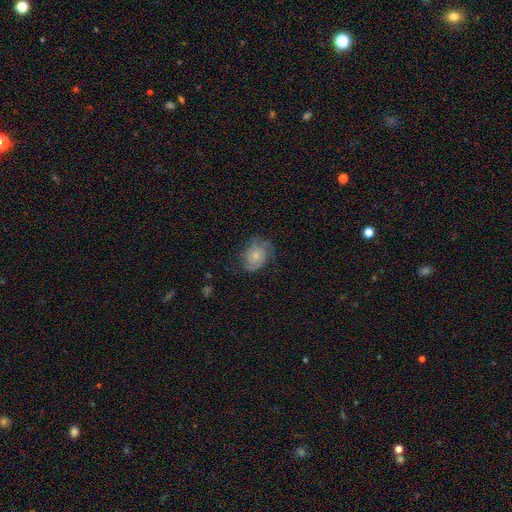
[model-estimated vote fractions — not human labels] Overall: smooth (47%; featured or disk 45%). Merging: none (59%; minor disturbance 27%).